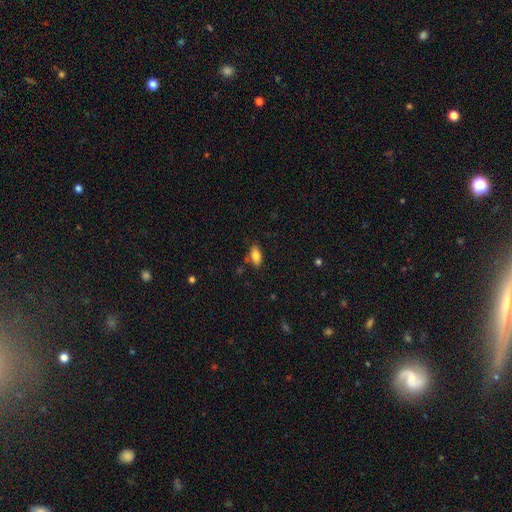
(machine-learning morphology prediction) Smooth or featured? Predicted: smooth (p=0.78). How rounded? Predicted: in between (p=0.88). Merging? Predicted: none (p=0.78).